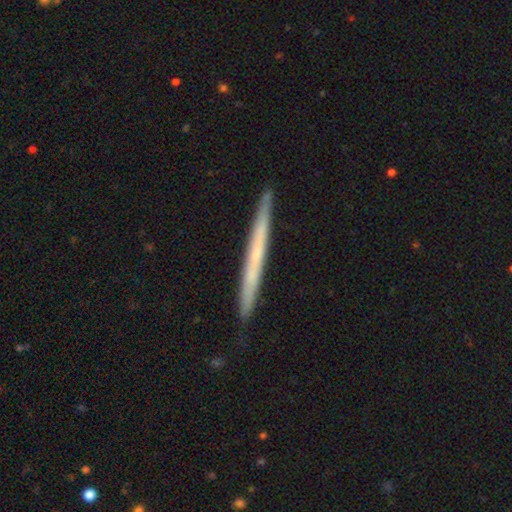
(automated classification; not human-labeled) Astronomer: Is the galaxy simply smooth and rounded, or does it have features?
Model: featured or disk — 51% (runner-up: smooth, 43%).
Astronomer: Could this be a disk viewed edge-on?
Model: yes — 97%.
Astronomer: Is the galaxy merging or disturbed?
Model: none — 91%.